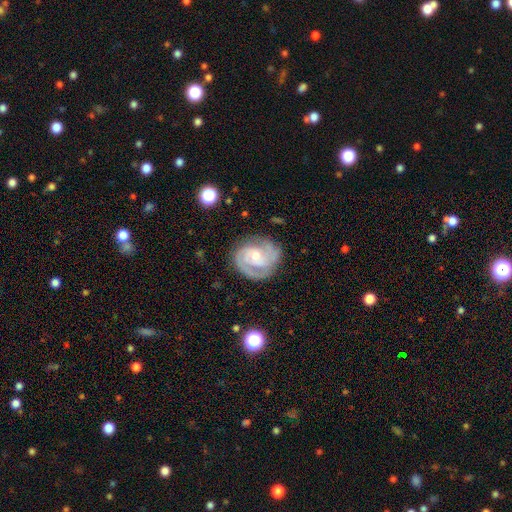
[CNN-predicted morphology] smooth-or-featured: featured or disk: 88% | smooth: 7% | star or artifact: 5%
  disk-edge-on: no: 98% | yes: 2%
    bar: no: 55% | weak: 36% | strong: 10%
    has-spiral-arms: yes: 97% | no: 3%
      spiral-winding: tight: 61% | medium: 34% | loose: 6%
      spiral-arm-count: 2: 61% | 3: 18% | can't tell: 11% | 1: 4% | 4: 3% | more than 4: 3%
    bulge-size: small: 54% | moderate: 42% | large: 1% | none: 1% | dominant: 1%
  merging: none: 78% | minor disturbance: 15% | major disturbance: 5% | merger: 1%